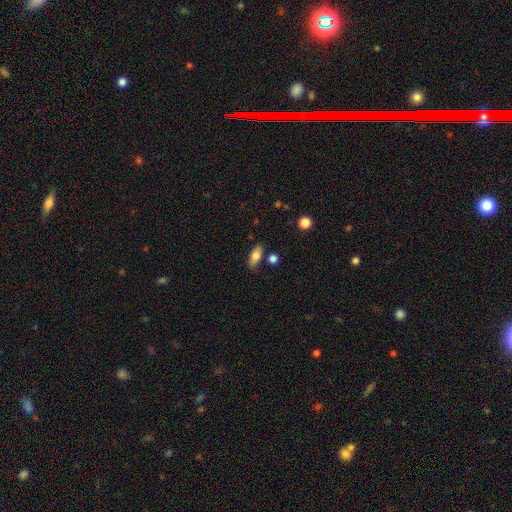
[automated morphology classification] smooth-or-featured: smooth: 76% | featured or disk: 17% | star or artifact: 7%
  how-rounded: in between: 77% | cigar-shaped: 19% | round: 4%
  merging: none: 77% | minor disturbance: 14% | merger: 6% | major disturbance: 3%